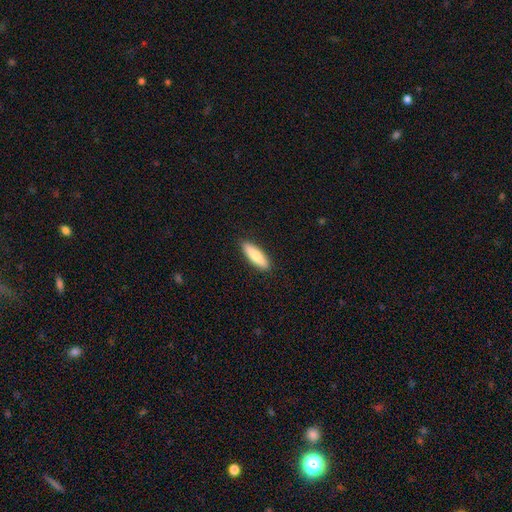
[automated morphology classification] Smooth or featured? smooth (79%)
How rounded? cigar-shaped (63%)
Merging? none (90%)